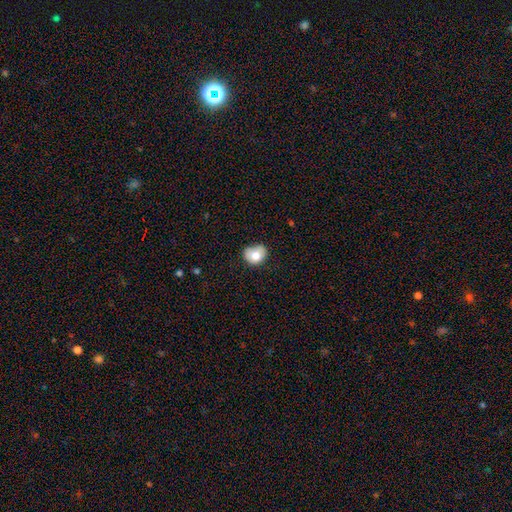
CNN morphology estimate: A smooth galaxy with no disk features (76%) that is round (55%). Merging: none (52%).